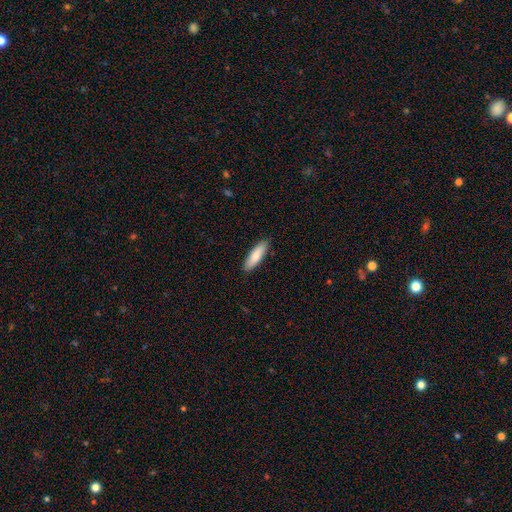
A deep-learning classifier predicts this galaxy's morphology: Smooth or featured? Predicted: smooth (p=0.83). How rounded? Predicted: cigar-shaped (p=0.55). Merging? Predicted: none (p=0.89).